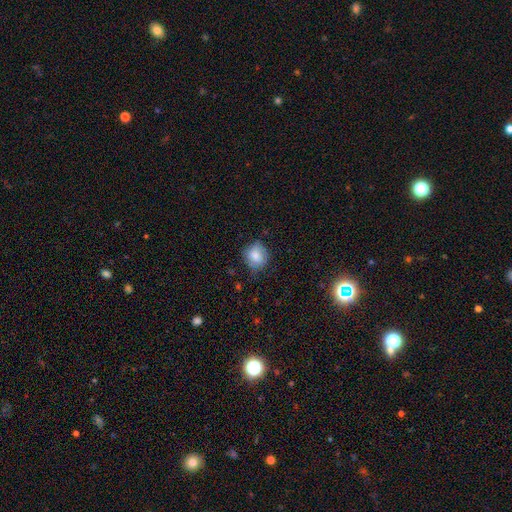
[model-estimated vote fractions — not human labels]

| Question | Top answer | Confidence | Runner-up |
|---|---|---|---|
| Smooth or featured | smooth | 82% | featured or disk (10%) |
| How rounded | round | 78% | in between (21%) |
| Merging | none | 69% | minor disturbance (25%) |